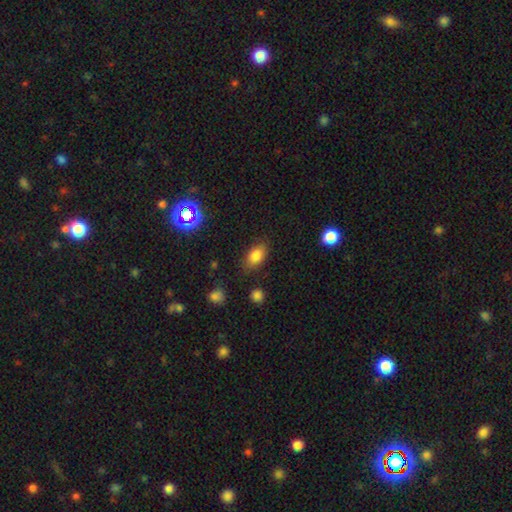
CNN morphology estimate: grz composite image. It shows a smooth galaxy with no disk features (80%) that is in between round and cigar-shaped (85%). Merging: none (79%).